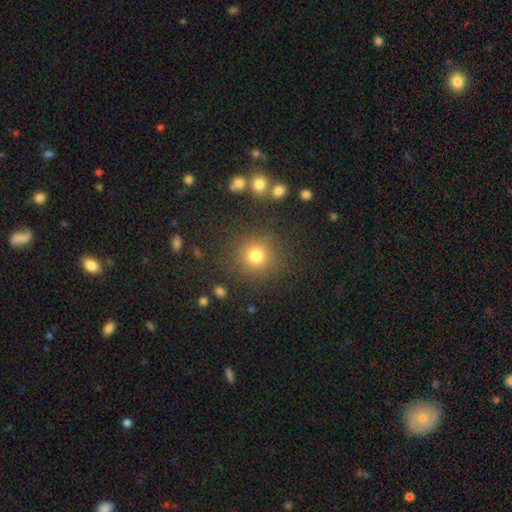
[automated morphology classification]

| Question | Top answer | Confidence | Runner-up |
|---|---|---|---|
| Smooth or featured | smooth | 77% | star or artifact (15%) |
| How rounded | round | 91% | in between (8%) |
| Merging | none | 85% | minor disturbance (9%) |